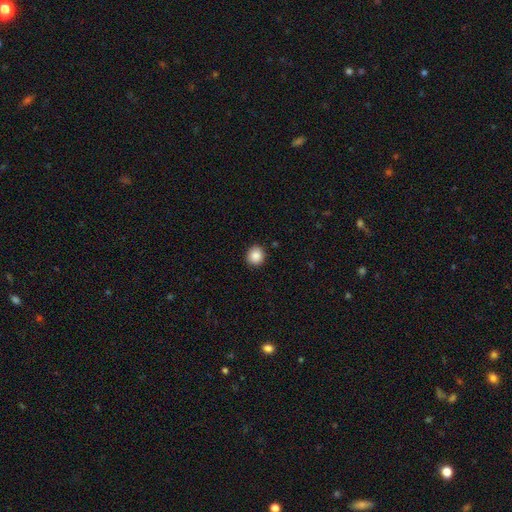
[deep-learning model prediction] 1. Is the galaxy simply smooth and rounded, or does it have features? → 87% smooth, 9% star or artifact, 4% featured or disk.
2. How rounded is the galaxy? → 87% round, 12% in between, 1% cigar-shaped.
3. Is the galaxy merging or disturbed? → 90% none, 7% minor disturbance, 2% major disturbance, 1% merger.